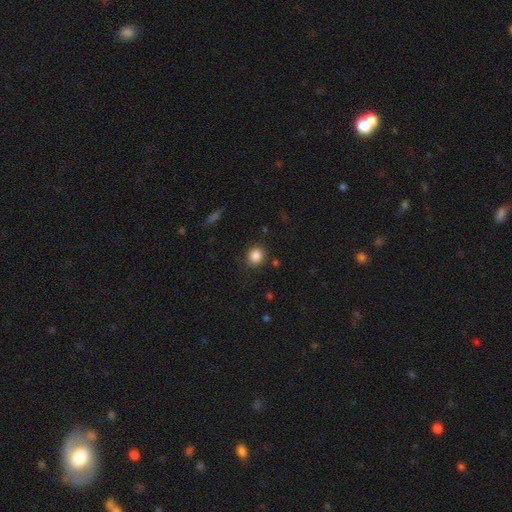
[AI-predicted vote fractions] Smooth or featured: smooth — 86% (star or artifact — 11%)
How rounded: round — 84% (in between — 15%)
Merging: none — 87% (minor disturbance — 8%)